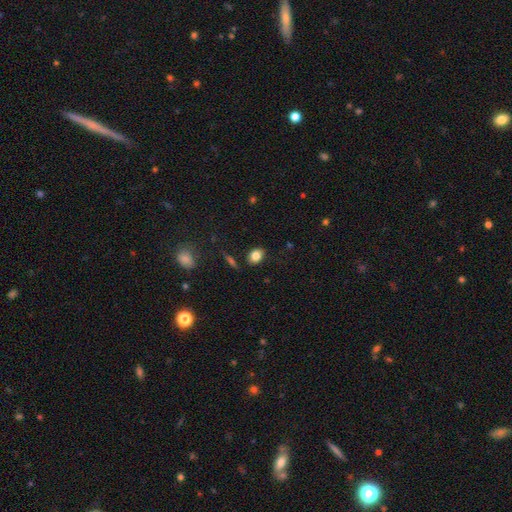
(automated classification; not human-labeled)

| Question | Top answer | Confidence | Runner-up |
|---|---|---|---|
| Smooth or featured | smooth | 82% | star or artifact (10%) |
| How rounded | in between | 69% | round (29%) |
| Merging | none | 85% | minor disturbance (11%) |